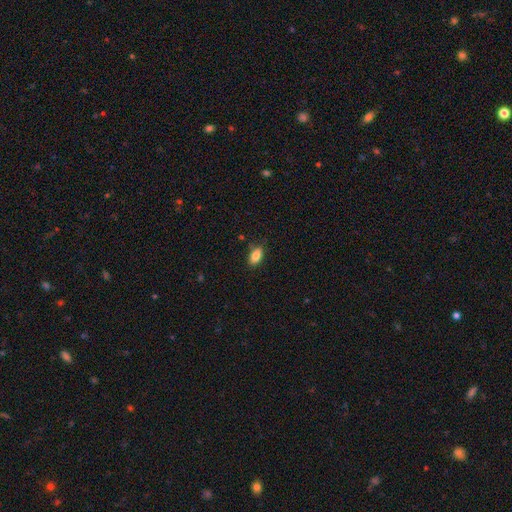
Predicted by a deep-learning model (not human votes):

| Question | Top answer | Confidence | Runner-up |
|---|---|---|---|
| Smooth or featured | smooth | 85% | star or artifact (8%) |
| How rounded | in between | 90% | round (6%) |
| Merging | none | 82% | minor disturbance (13%) |